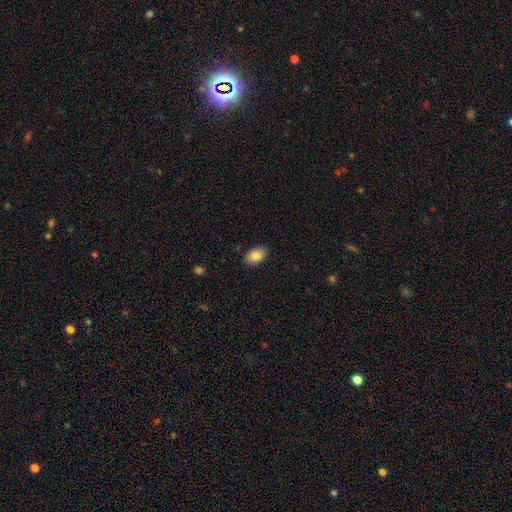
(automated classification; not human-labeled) Smooth or featured? smooth (88%)
How rounded? in between (91%)
Merging? none (87%)